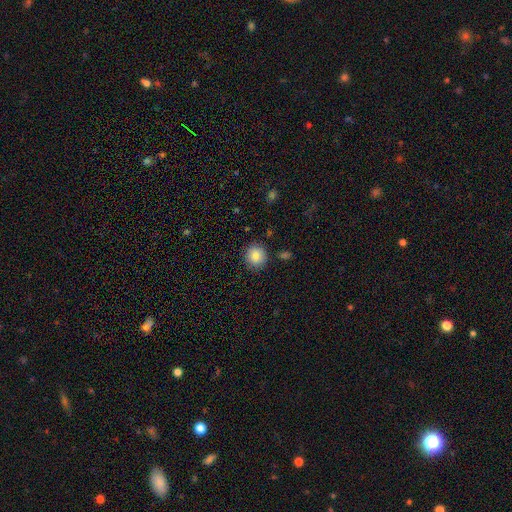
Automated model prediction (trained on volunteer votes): smooth-or-featured: smooth: 84% | star or artifact: 9% | featured or disk: 7%
  how-rounded: round: 85% | in between: 14% | cigar-shaped: 1%
  merging: none: 86% | minor disturbance: 10% | major disturbance: 3% | merger: 2%